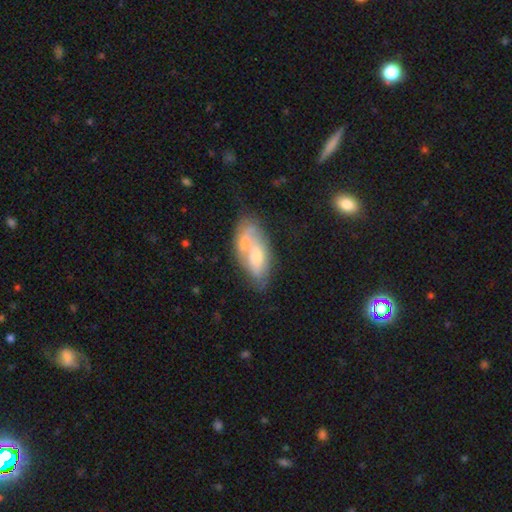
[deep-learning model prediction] Smooth or featured? smooth (51%)
How rounded? in between (86%)
Merging? merger (53%)